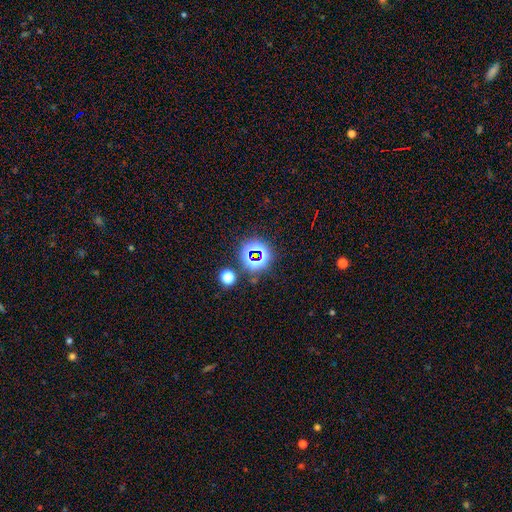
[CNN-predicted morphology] type=star or artifact (69%).